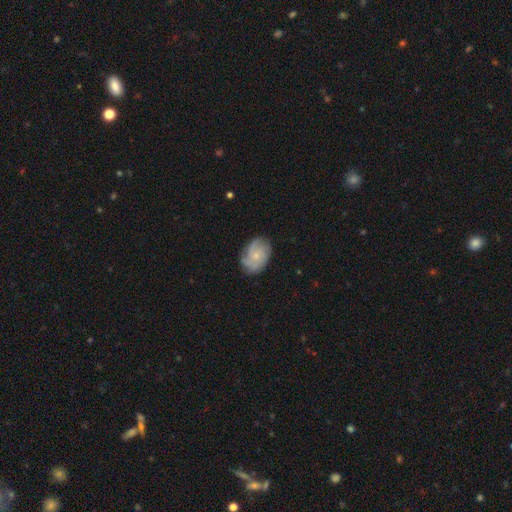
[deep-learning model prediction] Overall: featured or disk (57%; smooth 35%). Edge-on disk: no (97%). Bar: no (83%). Spiral arms: yes (86%). Bulge size: small (74%). Merging: none (72%).